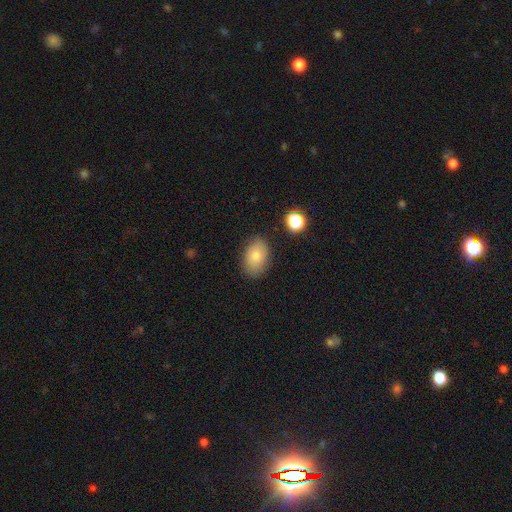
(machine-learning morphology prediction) Smooth or featured?
  - smooth: 77% *
  - featured or disk: 13%
  - star or artifact: 10%
How rounded?
  - in between: 84% *
  - round: 15%
  - cigar-shaped: 1%
Merging?
  - none: 83% *
  - minor disturbance: 12%
  - major disturbance: 3%
  - merger: 2%